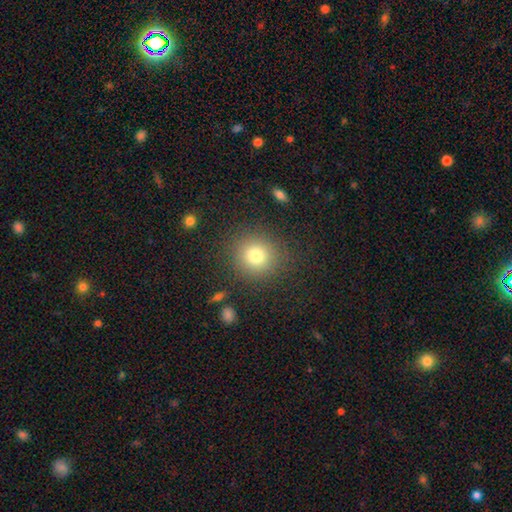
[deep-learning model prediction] Smooth or featured? smooth (77%)
How rounded? round (89%)
Merging? none (86%)